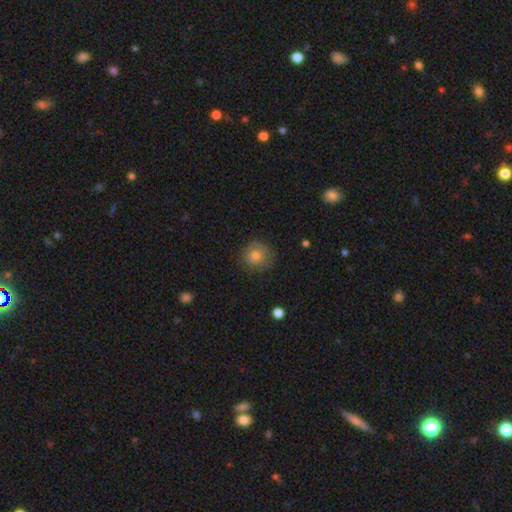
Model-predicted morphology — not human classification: Smooth or featured?
  - smooth: 71% *
  - featured or disk: 19%
  - star or artifact: 10%
How rounded?
  - round: 89% *
  - in between: 10%
  - cigar-shaped: 1%
Merging?
  - none: 77% *
  - minor disturbance: 16%
  - major disturbance: 5%
  - merger: 1%